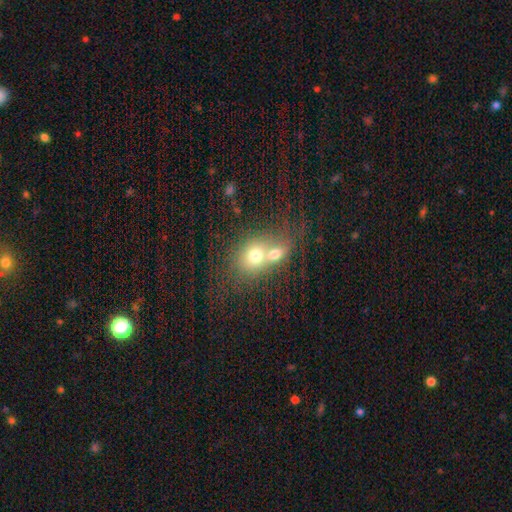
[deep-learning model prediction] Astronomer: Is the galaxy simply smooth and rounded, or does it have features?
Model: smooth — 66%.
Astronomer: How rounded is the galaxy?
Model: round — 59% (runner-up: in between, 39%).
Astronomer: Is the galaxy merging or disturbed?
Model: merger — 70%.